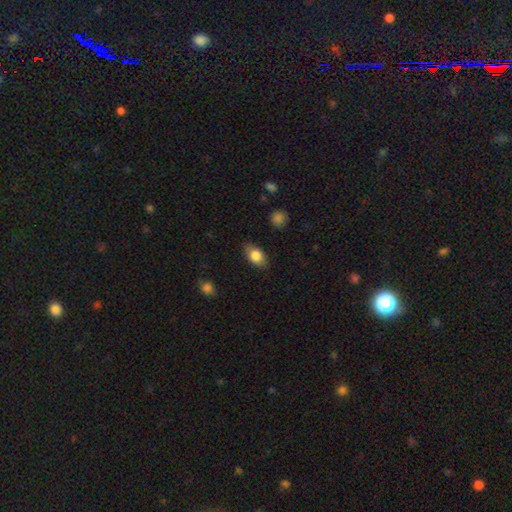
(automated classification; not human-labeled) The model was most divided on "smooth or featured": smooth: 79%, featured or disk: 14%, star or artifact: 7%. More confident: how rounded — in between (84%); merging — none (81%).